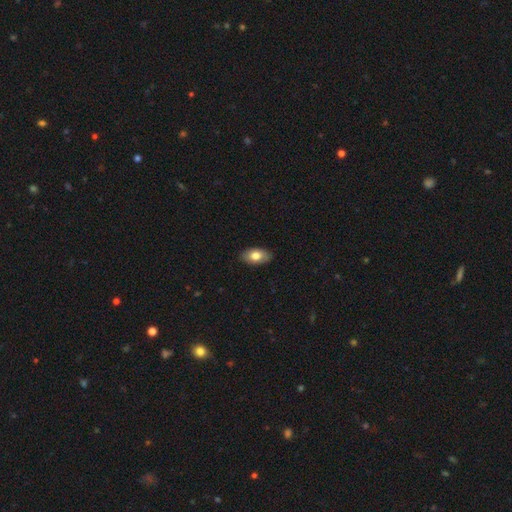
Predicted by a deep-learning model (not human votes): This is likely a smooth galaxy (76%). How rounded: clearly in between (93%). Merging: clearly none (87%).